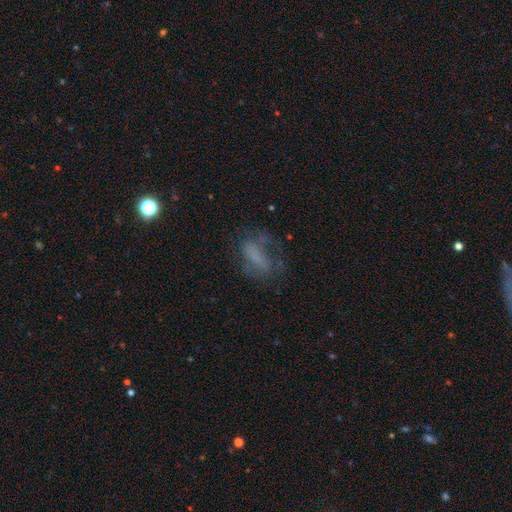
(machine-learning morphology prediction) A smooth galaxy with no disk features (45%).

Vote fractions:
- Smooth or featured? smooth: 45% / featured or disk: 37% / star or artifact: 19%
- Merging? none: 45% / major disturbance: 31% / minor disturbance: 21% / merger: 3%